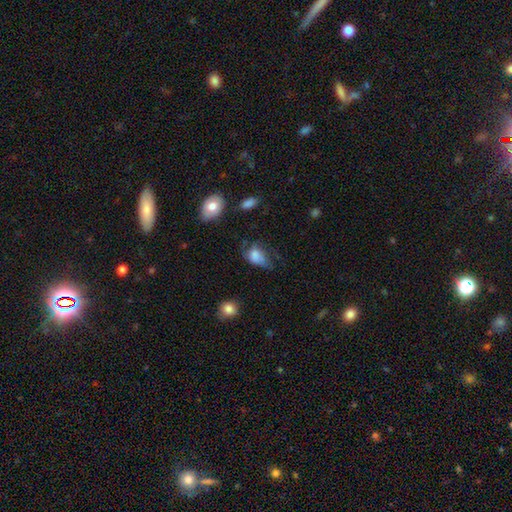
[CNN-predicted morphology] A smooth galaxy with no disk features (73%) that is in between round and cigar-shaped (81%). Merging: minor disturbance (35%).